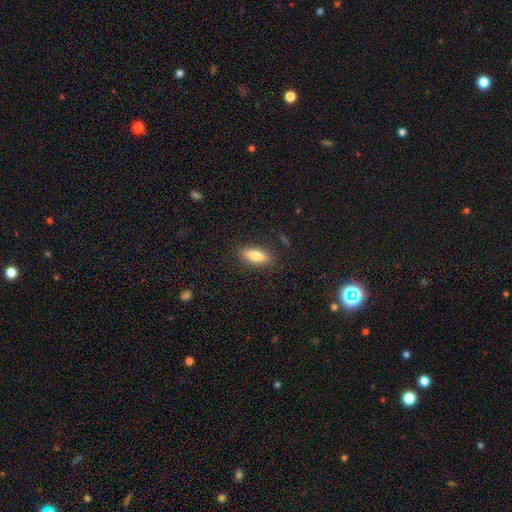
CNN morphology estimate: The model was most divided on "how rounded": in between: 67%, cigar-shaped: 30%, round: 3%. More confident: merging — none (86%); smooth or featured — smooth (77%).